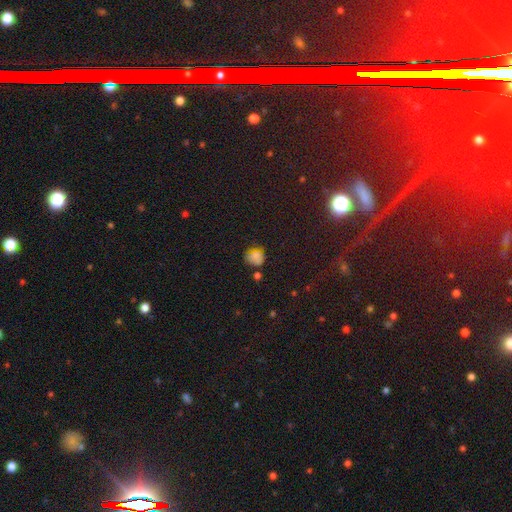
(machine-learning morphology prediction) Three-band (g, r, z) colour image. It shows a smooth galaxy with no disk features (73%) that is round (76%). Merging: none (57%).